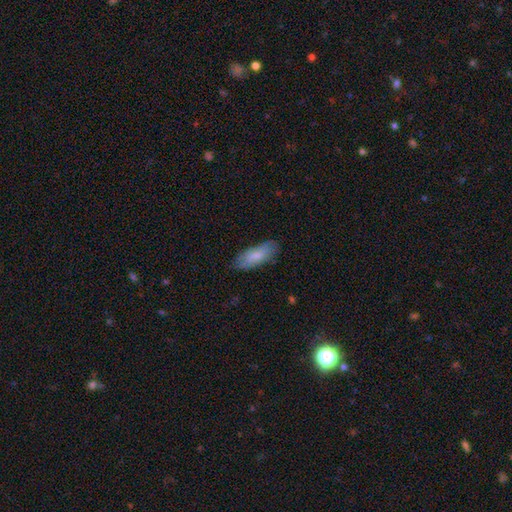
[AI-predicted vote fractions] A smooth galaxy with no disk features (77%) that is in between round and cigar-shaped (73%). Merging: none (80%).